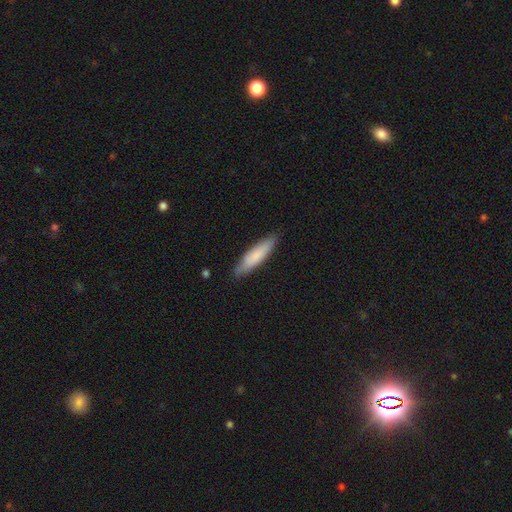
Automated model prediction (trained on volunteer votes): Smooth or featured: smooth — 79% (featured or disk — 16%)
How rounded: cigar-shaped — 76% (in between — 23%)
Merging: none — 87% (minor disturbance — 10%)